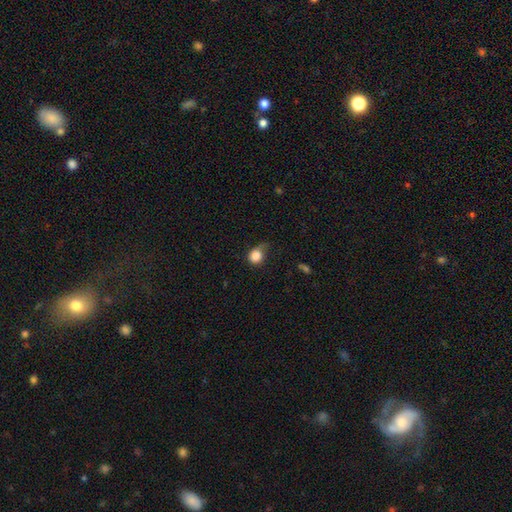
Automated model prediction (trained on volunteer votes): Smooth or featured?
  - smooth: 83% *
  - star or artifact: 9%
  - featured or disk: 8%
How rounded?
  - round: 74% *
  - in between: 25%
  - cigar-shaped: 1%
Merging?
  - none: 39% *
  - minor disturbance: 37%
  - major disturbance: 21%
  - merger: 3%